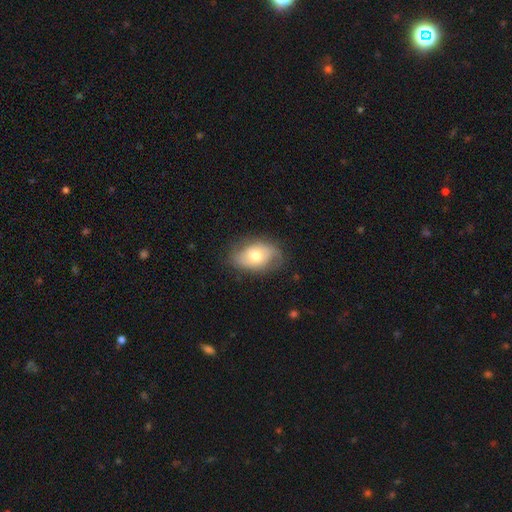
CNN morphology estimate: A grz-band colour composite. It shows a smooth galaxy with no disk features (59%) that is in between round and cigar-shaped (85%). Merging: none (68%).